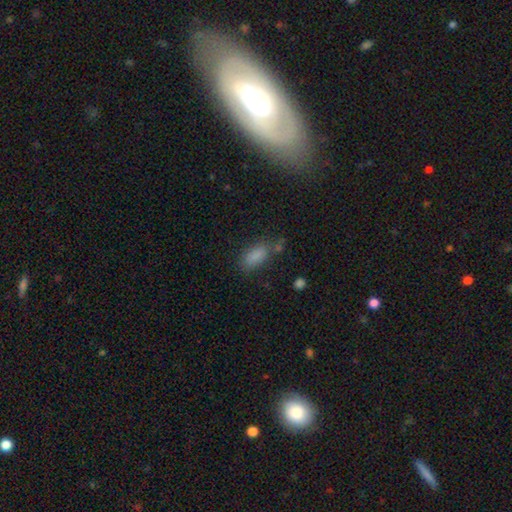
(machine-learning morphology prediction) Smooth or featured: smooth — 84% (star or artifact — 11%)
How rounded: in between — 85% (cigar-shaped — 12%)
Merging: none — 65% (minor disturbance — 19%)